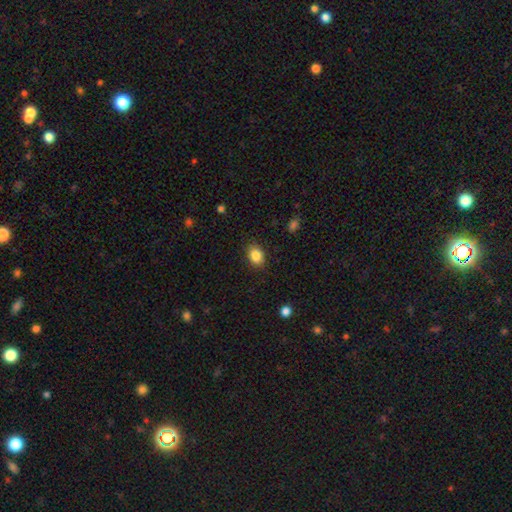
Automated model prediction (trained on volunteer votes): Smooth or featured: smooth — 86% (star or artifact — 9%)
How rounded: in between — 68% (round — 31%)
Merging: none — 86% (minor disturbance — 10%)